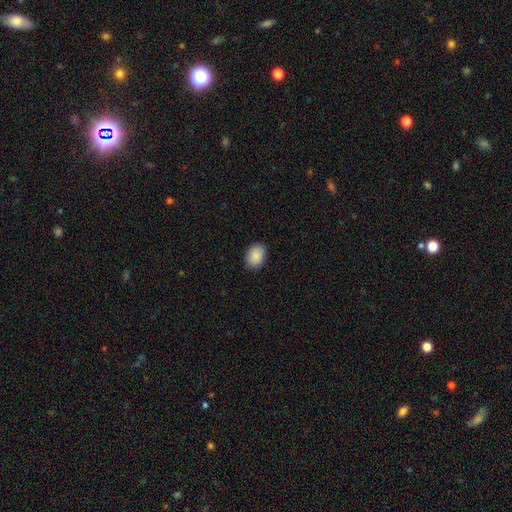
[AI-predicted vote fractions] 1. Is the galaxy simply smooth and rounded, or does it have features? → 88% smooth, 7% star or artifact, 5% featured or disk.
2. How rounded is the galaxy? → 76% in between, 23% round, 1% cigar-shaped.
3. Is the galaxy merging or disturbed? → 87% none, 10% minor disturbance, 2% major disturbance, 1% merger.